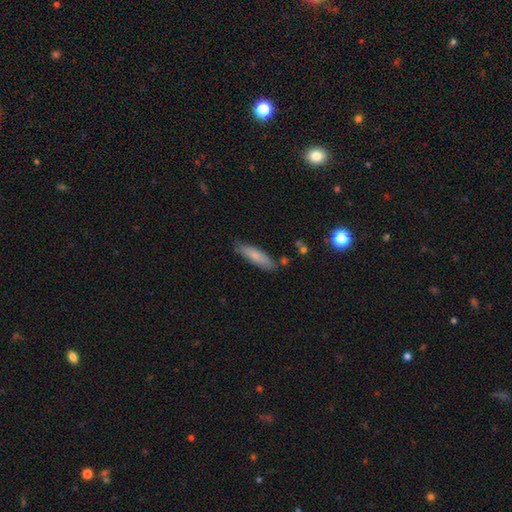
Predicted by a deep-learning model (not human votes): This is likely a smooth galaxy (76%). How rounded: likely cigar-shaped (70%). Merging: clearly none (81%).